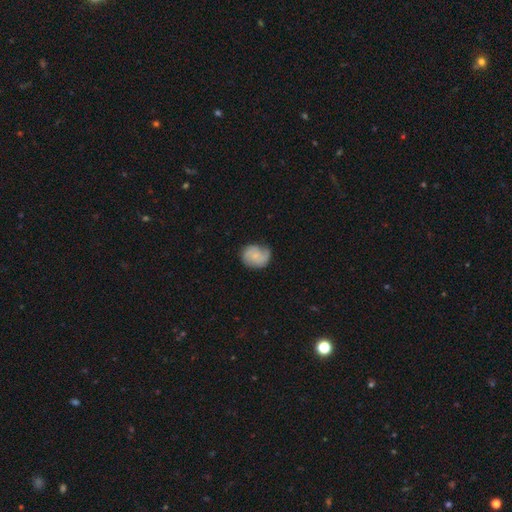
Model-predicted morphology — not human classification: A featured or disk galaxy (49%).

Vote fractions:
- Smooth or featured? featured or disk: 49% / smooth: 44% / star or artifact: 7%
- Merging? none: 65% / minor disturbance: 26% / major disturbance: 7% / merger: 1%